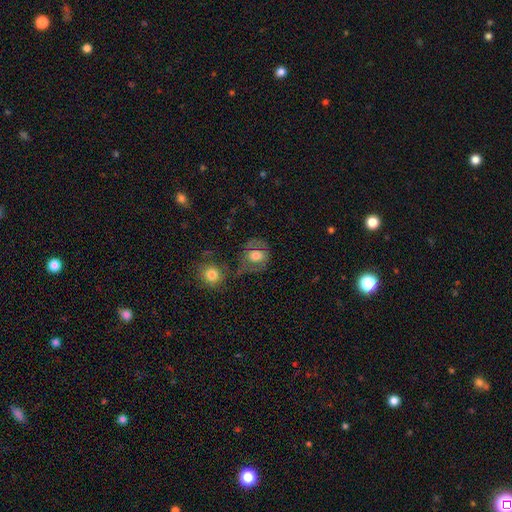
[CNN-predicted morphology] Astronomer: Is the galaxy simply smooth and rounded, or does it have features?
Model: smooth — 57% (runner-up: featured or disk, 35%).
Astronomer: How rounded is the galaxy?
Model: round — 63%.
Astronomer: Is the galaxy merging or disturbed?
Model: none — 55%.